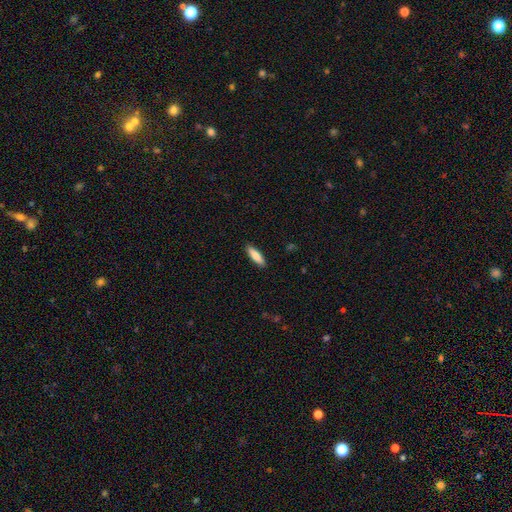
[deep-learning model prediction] Smooth or featured? Predicted: smooth (p=0.82). How rounded? Predicted: cigar-shaped (p=0.55). Merging? Predicted: none (p=0.90).